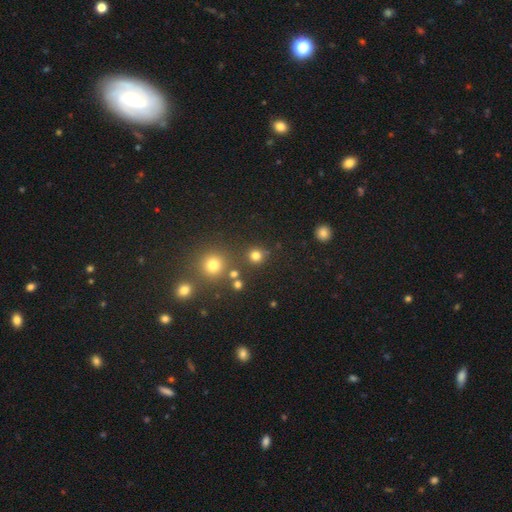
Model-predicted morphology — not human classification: This is likely a smooth galaxy (76%). How rounded: clearly round (93%). Merging: clearly none (84%).